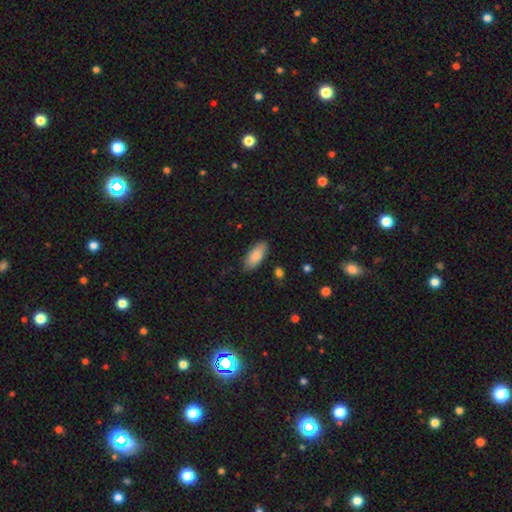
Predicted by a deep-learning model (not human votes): smooth_or_featured: smooth (p=0.85) [alt: featured or disk p=0.09]
how_rounded: in between (p=0.88) [alt: cigar-shaped p=0.11]
merging: none (p=0.84) [alt: minor disturbance p=0.12]